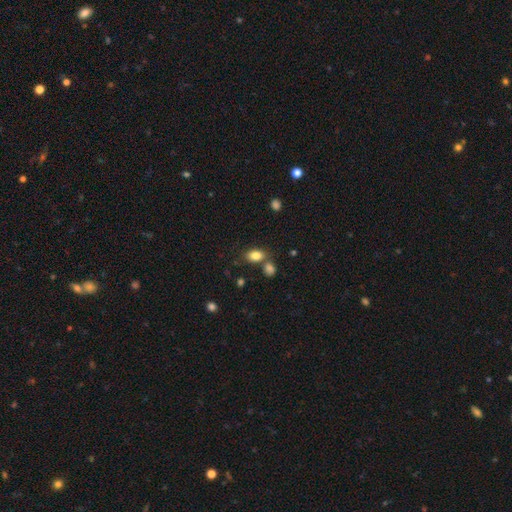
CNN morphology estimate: Q: Smooth or featured?
A: smooth (83%); runner-up: star or artifact (10%)
Q: How rounded?
A: in between (83%); runner-up: round (15%)
Q: Merging?
A: none (62%); runner-up: merger (22%)